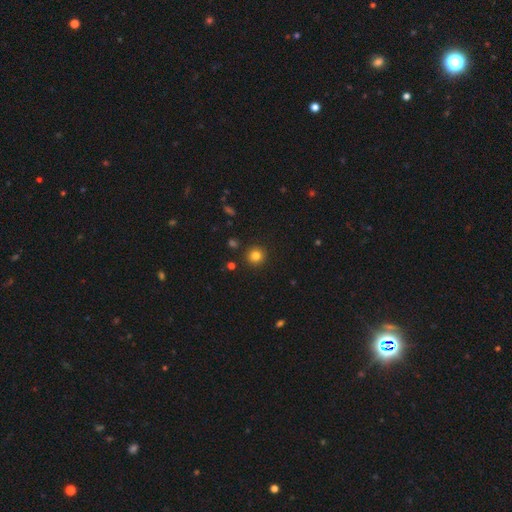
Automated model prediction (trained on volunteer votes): smooth-or-featured: smooth: 81% | star or artifact: 13% | featured or disk: 6%
  how-rounded: round: 94% | in between: 5% | cigar-shaped: 1%
  merging: none: 91% | minor disturbance: 5% | major disturbance: 2% | merger: 2%